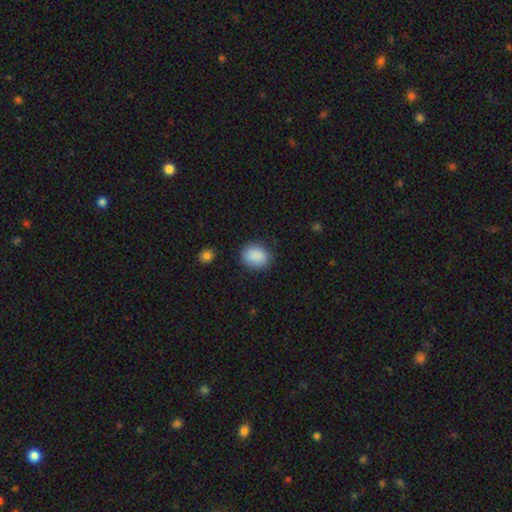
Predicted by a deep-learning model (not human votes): smooth-or-featured: smooth: 89% | star or artifact: 8% | featured or disk: 4%
  how-rounded: round: 51% | in between: 48% | cigar-shaped: 1%
  merging: none: 83% | minor disturbance: 12% | major disturbance: 3% | merger: 1%